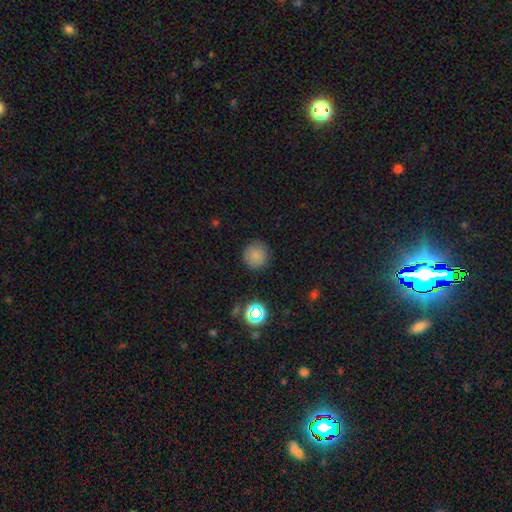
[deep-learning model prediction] This is clearly a smooth galaxy (80%). How rounded: clearly round (94%). Merging: clearly none (87%).